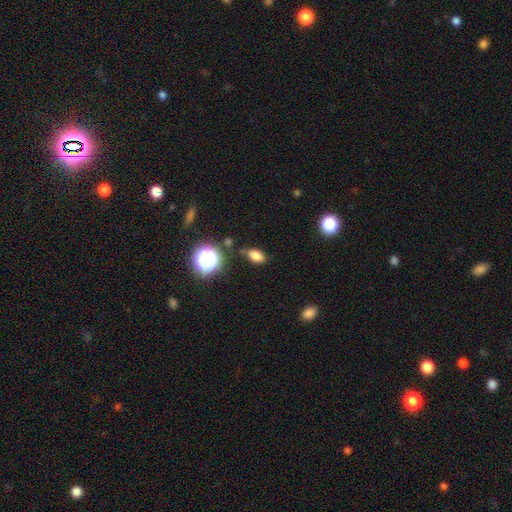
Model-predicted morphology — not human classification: smooth 76%, star or artifact 15%, featured or disk 9%. Down the decision tree: how rounded — in between (81%); merging — none (66%).